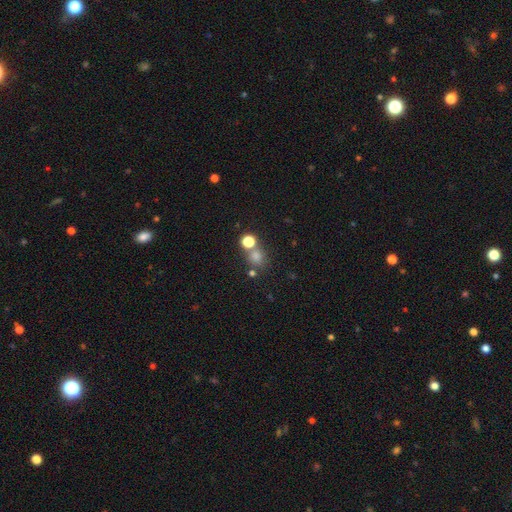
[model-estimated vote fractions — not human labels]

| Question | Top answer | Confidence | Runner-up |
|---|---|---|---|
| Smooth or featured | smooth | 68% | star or artifact (25%) |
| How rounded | round | 83% | in between (16%) |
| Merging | none | 65% | merger (23%) |